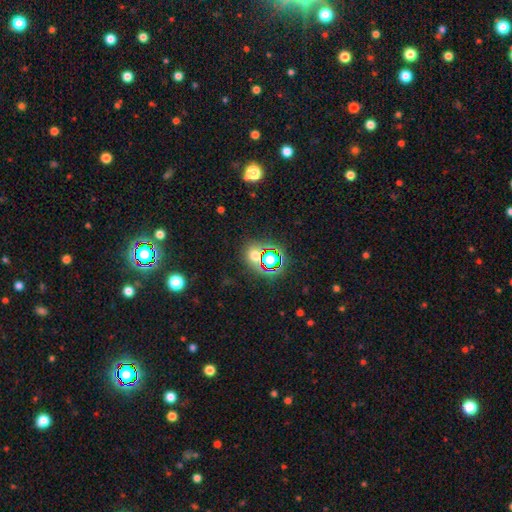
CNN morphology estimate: This appears to be a star or artifact, not a galaxy (50%).